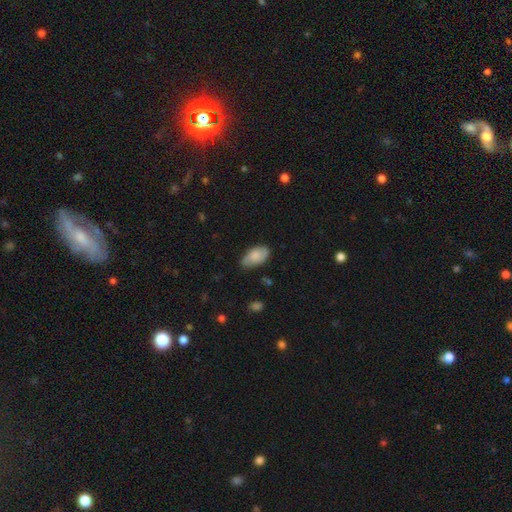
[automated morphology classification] Smooth or featured: smooth — 67% (featured or disk — 25%)
How rounded: in between — 93% (round — 4%)
Merging: none — 74% (minor disturbance — 21%)